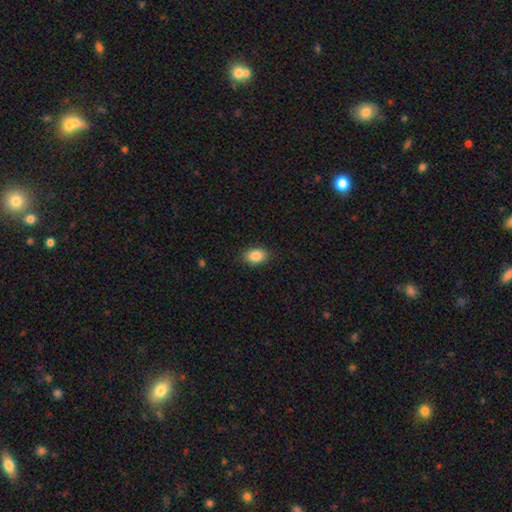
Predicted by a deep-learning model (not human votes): The model was most divided on "how rounded": in between: 83%, round: 15%, cigar-shaped: 1%. More confident: smooth or featured — smooth (87%); merging — none (86%).